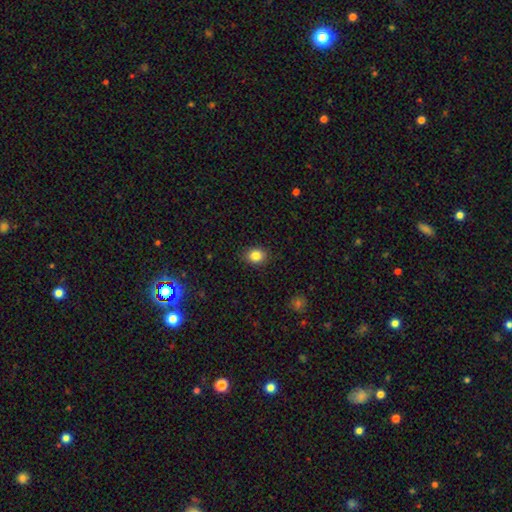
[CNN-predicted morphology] Overall: smooth (84%). How rounded: round (54%; in between 45%). Merging: none (88%).